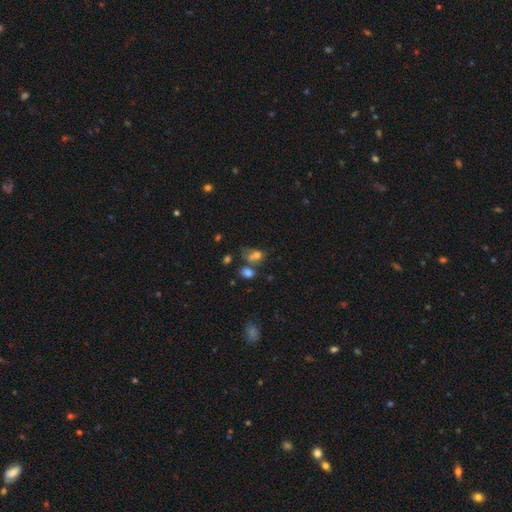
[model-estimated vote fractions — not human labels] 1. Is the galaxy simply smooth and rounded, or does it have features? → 66% smooth, 17% star or artifact, 16% featured or disk.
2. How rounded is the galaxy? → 61% in between, 37% round, 2% cigar-shaped.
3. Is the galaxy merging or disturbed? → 43% merger, 31% none, 14% minor disturbance, 12% major disturbance.